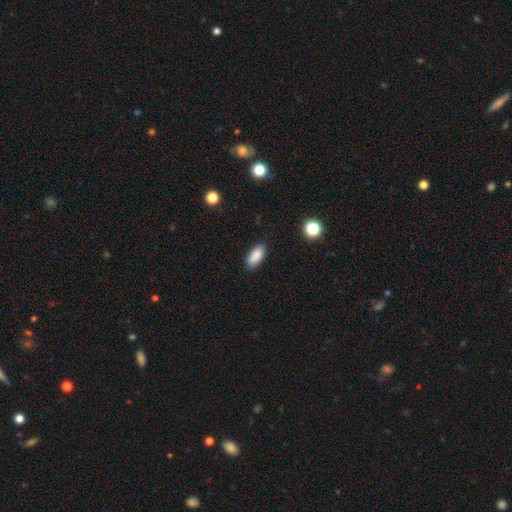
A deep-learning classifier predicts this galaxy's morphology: Smooth or featured?
  - smooth: 88% *
  - star or artifact: 8%
  - featured or disk: 4%
How rounded?
  - in between: 88% *
  - cigar-shaped: 9%
  - round: 3%
Merging?
  - none: 85% *
  - minor disturbance: 11%
  - major disturbance: 2%
  - merger: 1%